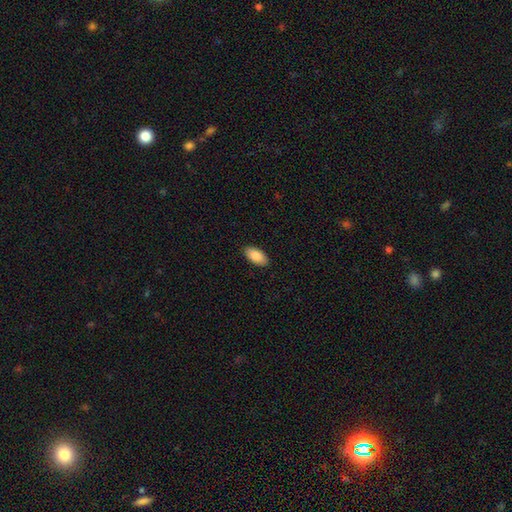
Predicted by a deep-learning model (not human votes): Morphology: type=smooth (87%); roundness=in between (94%); merging=none (90%).